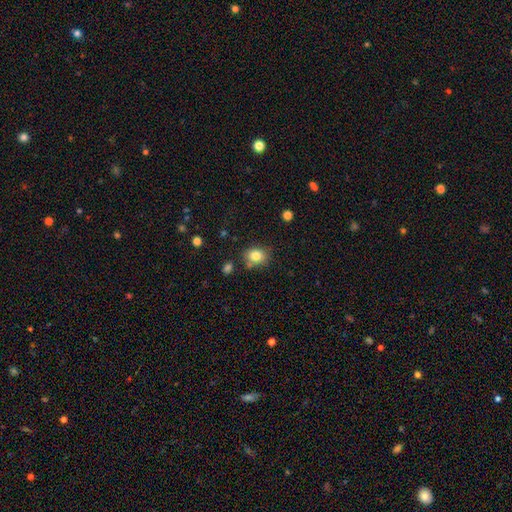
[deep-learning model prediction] A smooth galaxy with no disk features (82%) that is round (54%). Merging: none (74%).